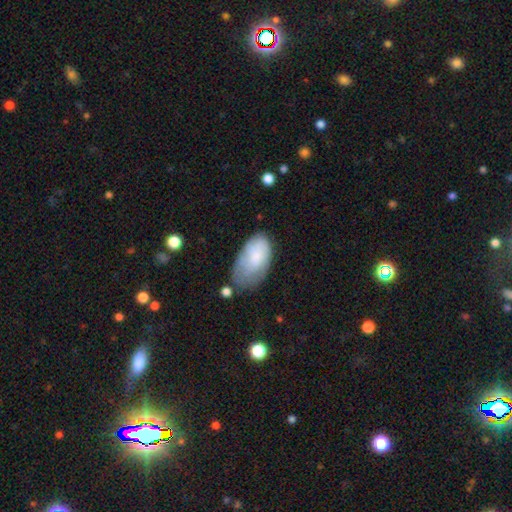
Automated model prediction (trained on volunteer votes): Smooth or featured? smooth (71%)
How rounded? in between (94%)
Merging? none (46%)